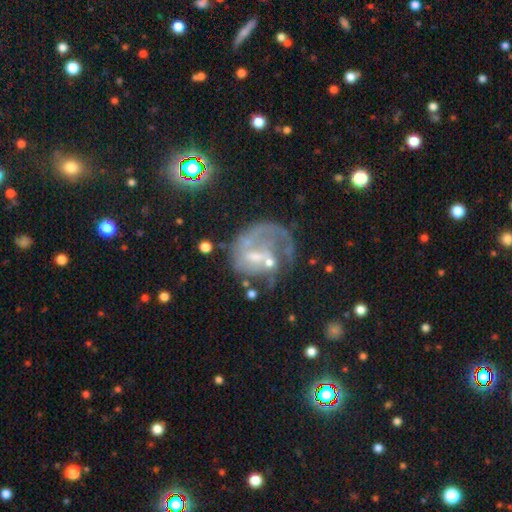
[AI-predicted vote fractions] Smooth or featured?
  - featured or disk: 68% *
  - smooth: 20%
  - star or artifact: 12%
Edge-on disk?
  - no: 98% *
  - yes: 2%
Bar?
  - no: 48% *
  - weak: 40%
  - strong: 12%
Spiral arms?
  - yes: 59% *
  - no: 41%
Bulge size?
  - small: 32% * (tied)
  - moderate: 32% * (tied)
  - none: 30%
  - large: 4%
  - dominant: 2%
Merging?
  - major disturbance: 38% *
  - none: 34%
  - minor disturbance: 17%
  - merger: 11%